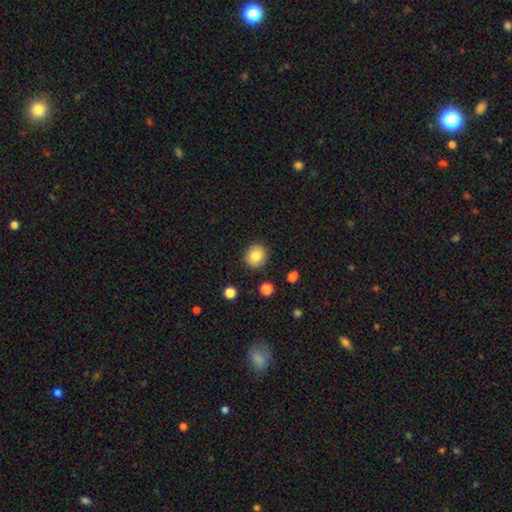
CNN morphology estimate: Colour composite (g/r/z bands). It shows a smooth galaxy with no disk features (83%) that is round (85%). Merging: none (89%).